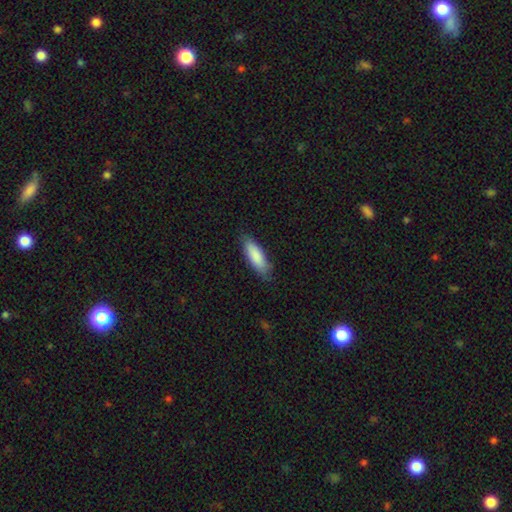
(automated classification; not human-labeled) Q: Smooth or featured?
A: smooth (86%); runner-up: featured or disk (9%)
Q: How rounded?
A: in between (56%); runner-up: cigar-shaped (42%)
Q: Merging?
A: none (78%); runner-up: minor disturbance (18%)